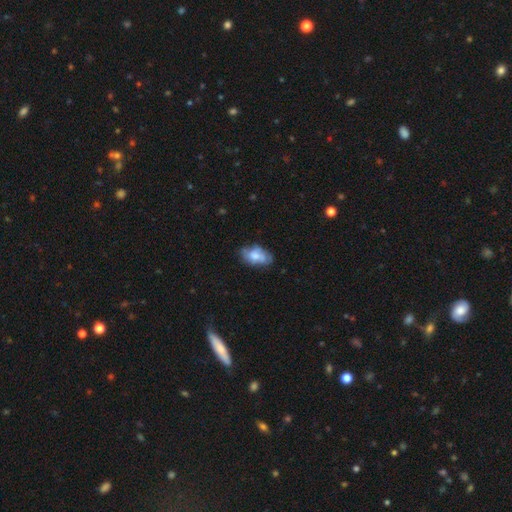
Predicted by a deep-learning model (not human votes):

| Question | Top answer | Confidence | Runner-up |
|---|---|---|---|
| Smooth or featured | smooth | 58% | featured or disk (34%) |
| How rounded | in between | 91% | round (7%) |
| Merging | none | 54% | minor disturbance (30%) |